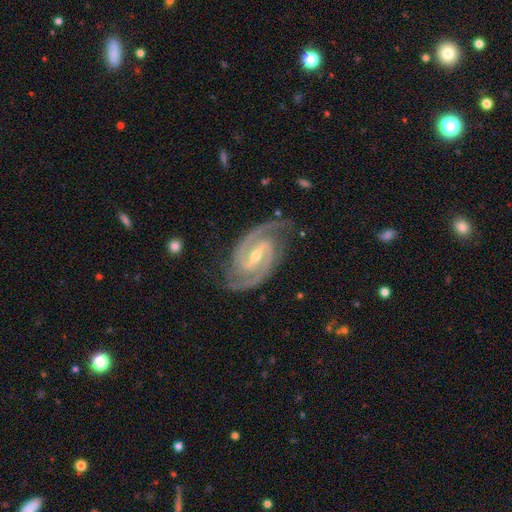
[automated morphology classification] A featured or disk galaxy (94%) with a strong bar (46%), 2 (92%) tight (48%) spiral arms (99%) and a small central bulge (53%). Merging: none (82%).